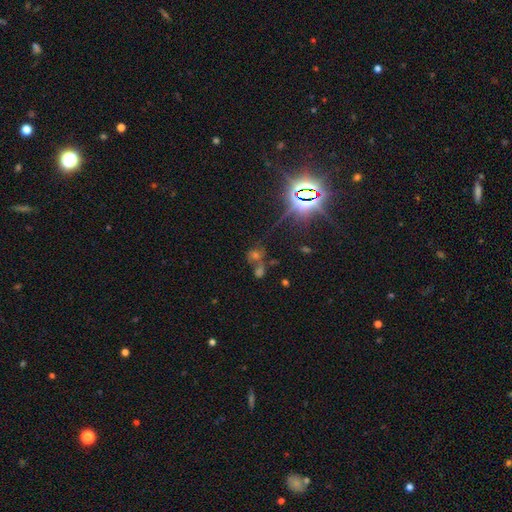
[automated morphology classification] type=star or artifact (67%).